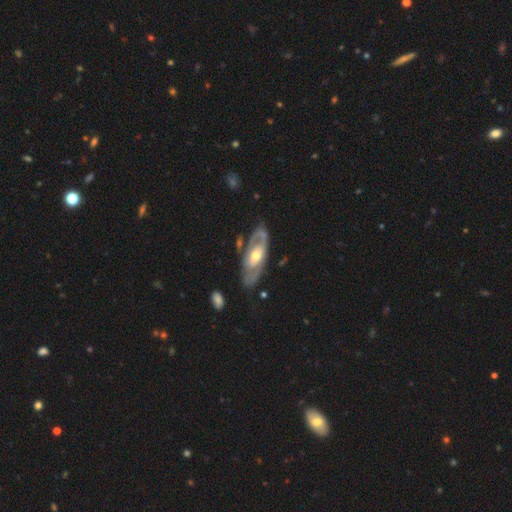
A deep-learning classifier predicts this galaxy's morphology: This appears to be a featured or disk galaxy (73%) with no bar (69%), spiral arms (55%) and a moderate central bulge (68%). Merging: none (72%).